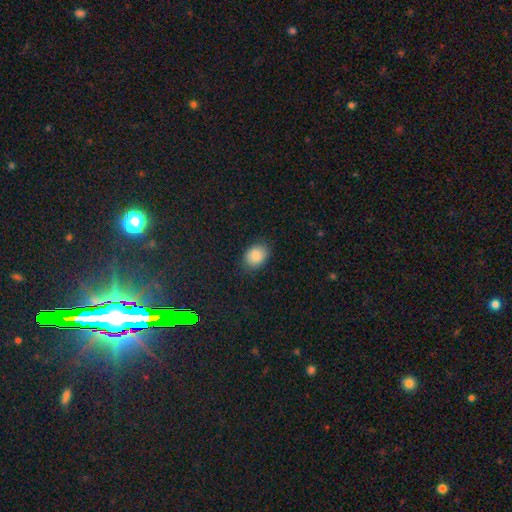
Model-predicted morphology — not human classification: The model was most divided on "how rounded": in between: 68%, round: 31%, cigar-shaped: 1%. More confident: smooth or featured — smooth (87%); merging — none (83%).